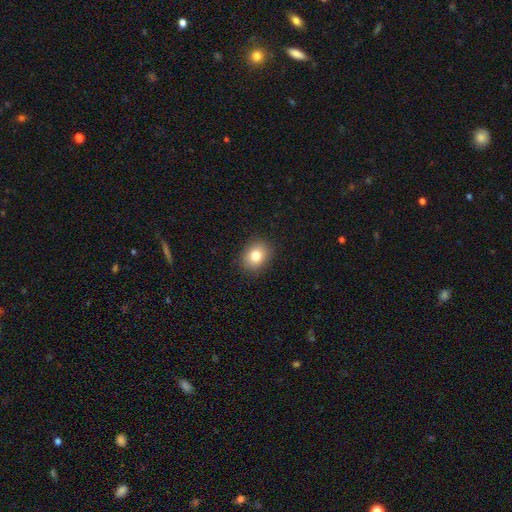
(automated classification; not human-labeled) Overall: smooth (81%). How rounded: round (50%; in between 49%). Merging: none (89%).